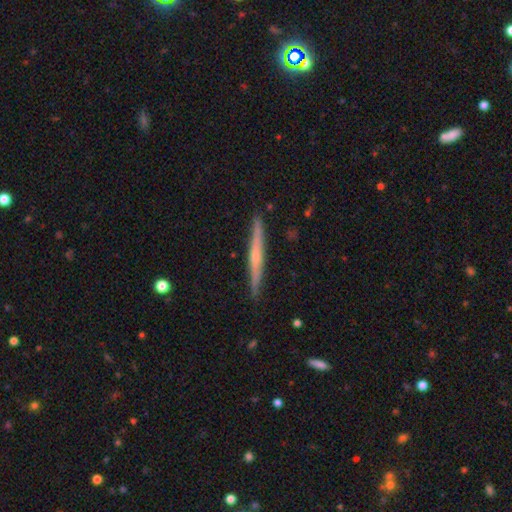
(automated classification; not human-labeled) This appears to be a featured or disk galaxy (65%) viewed edge-on (98%) with a rounded central bulge (54%). Merging: none (91%).